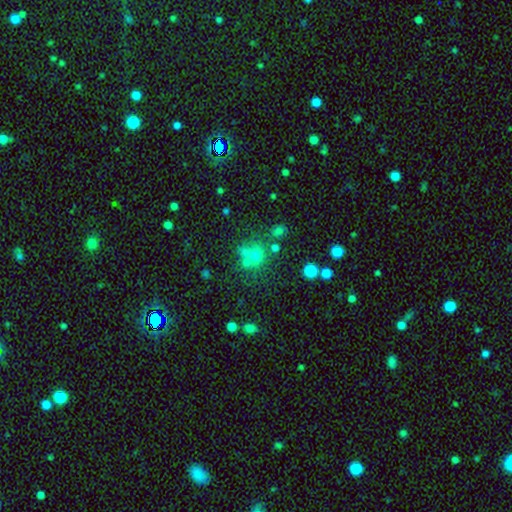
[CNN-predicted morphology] smooth-or-featured: smooth: 61% | star or artifact: 24% | featured or disk: 15%
  how-rounded: round: 78% | in between: 20% | cigar-shaped: 1%
  merging: none: 49% | merger: 34% | minor disturbance: 11% | major disturbance: 7%